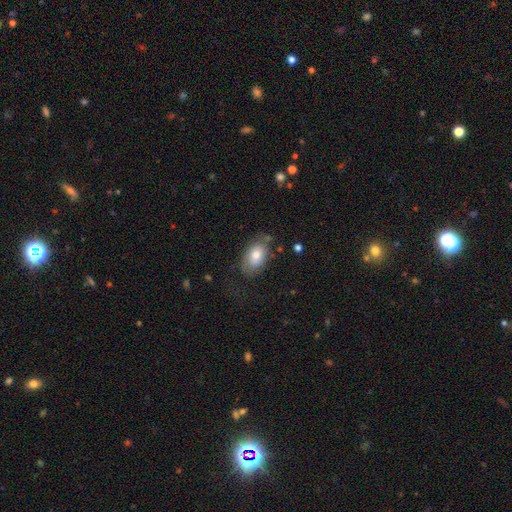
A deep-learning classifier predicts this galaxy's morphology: Smooth or featured? smooth (74%)
How rounded? in between (90%)
Merging? none (65%)